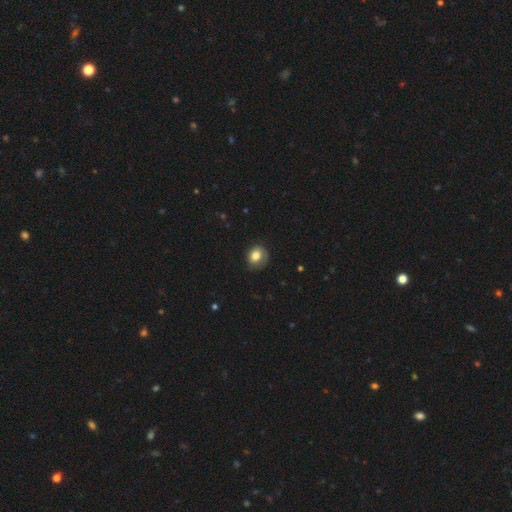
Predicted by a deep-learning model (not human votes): smooth 77%, featured or disk 14%, star or artifact 9%. Down the decision tree: how rounded — round (61%); merging — none (70%).